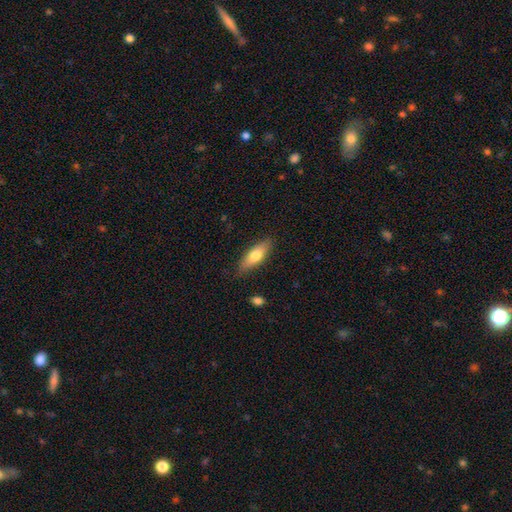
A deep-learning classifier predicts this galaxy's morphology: type=smooth (68%); roundness=in between (58%); merging=none (83%).